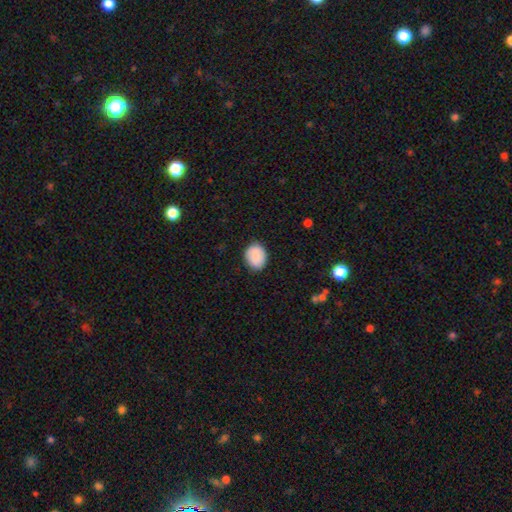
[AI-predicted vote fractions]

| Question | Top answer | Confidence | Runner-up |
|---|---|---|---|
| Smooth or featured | smooth | 88% | star or artifact (7%) |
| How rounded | in between | 52% | round (48%) |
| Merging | none | 84% | minor disturbance (12%) |